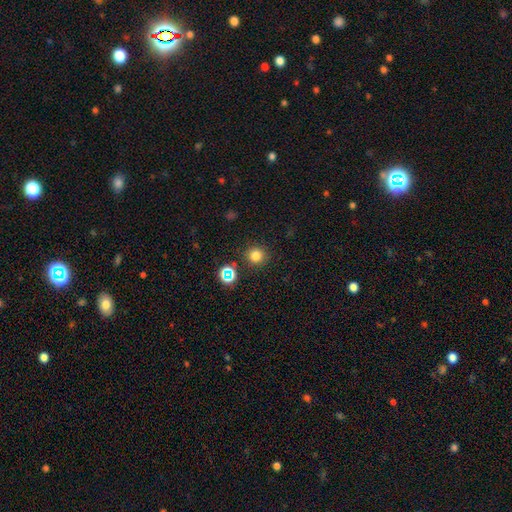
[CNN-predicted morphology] smooth-or-featured: smooth: 78% | star or artifact: 17% | featured or disk: 6%
  how-rounded: round: 93% | in between: 6% | cigar-shaped: 1%
  merging: none: 88% | minor disturbance: 7% | merger: 3% | major disturbance: 3%